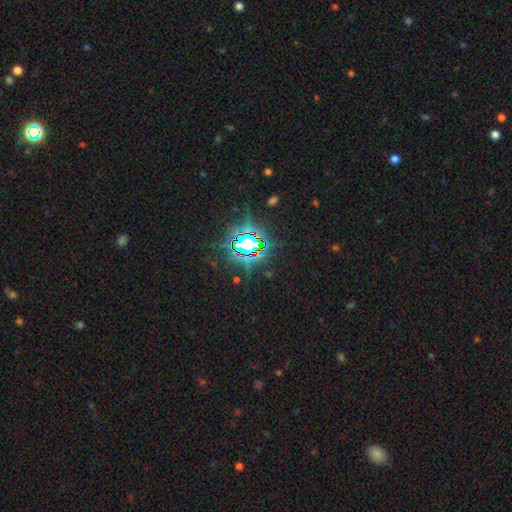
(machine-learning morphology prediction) This is clearly a star or artifact rather than a galaxy (81%).